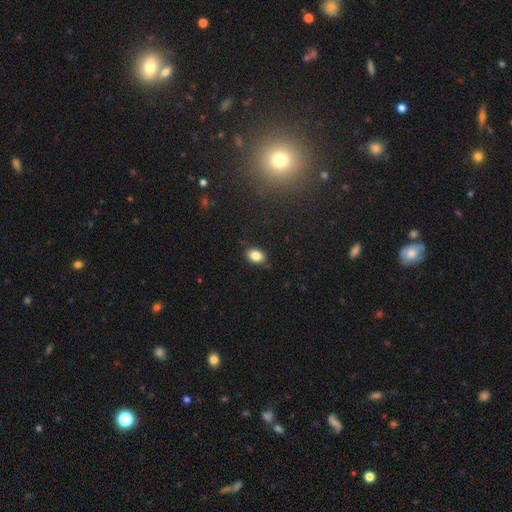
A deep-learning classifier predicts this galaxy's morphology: smooth-or-featured: smooth: 84% | star or artifact: 9% | featured or disk: 7%
  how-rounded: in between: 79% | round: 20% | cigar-shaped: 1%
  merging: none: 85% | minor disturbance: 12% | major disturbance: 2% | merger: 1%